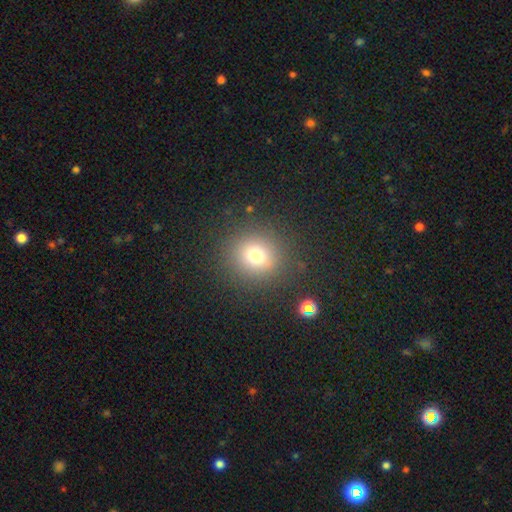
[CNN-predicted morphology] smooth 72%, star or artifact 18%, featured or disk 10%. Down the decision tree: how rounded — round (90%); merging — none (87%).